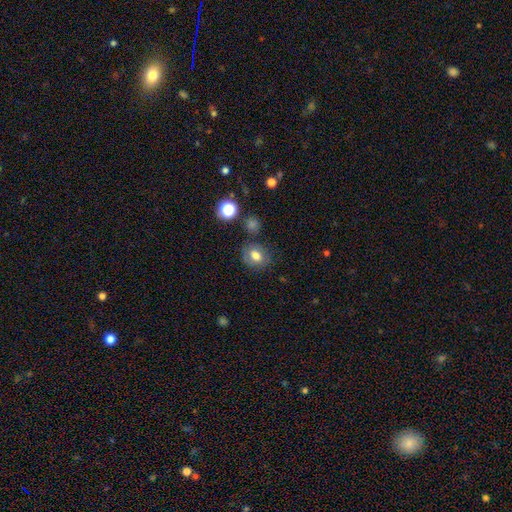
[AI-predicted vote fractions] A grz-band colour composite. It shows a smooth galaxy with no disk features (74%) that is round (62%). Merging: none (77%).